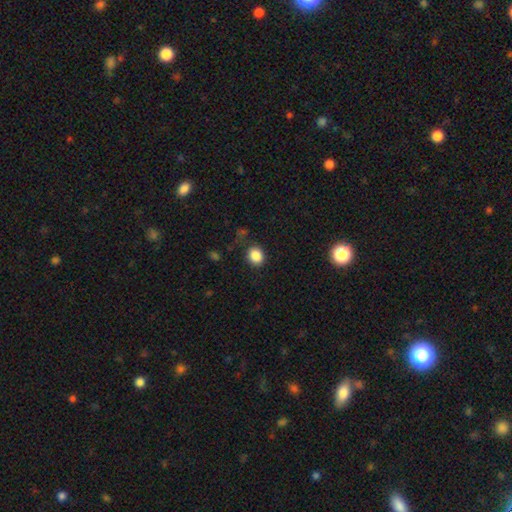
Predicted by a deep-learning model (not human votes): Smooth or featured: smooth — 86% (star or artifact — 10%)
How rounded: round — 62% (in between — 37%)
Merging: none — 81% (minor disturbance — 12%)